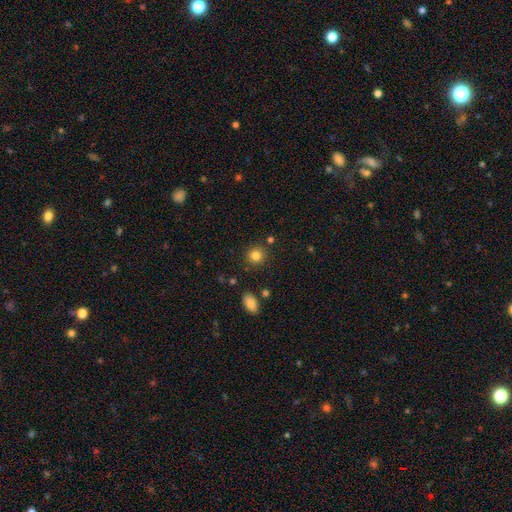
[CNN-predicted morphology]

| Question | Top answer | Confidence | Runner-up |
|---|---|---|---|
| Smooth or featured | smooth | 83% | star or artifact (12%) |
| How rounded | round | 87% | in between (12%) |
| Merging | none | 87% | minor disturbance (7%) |